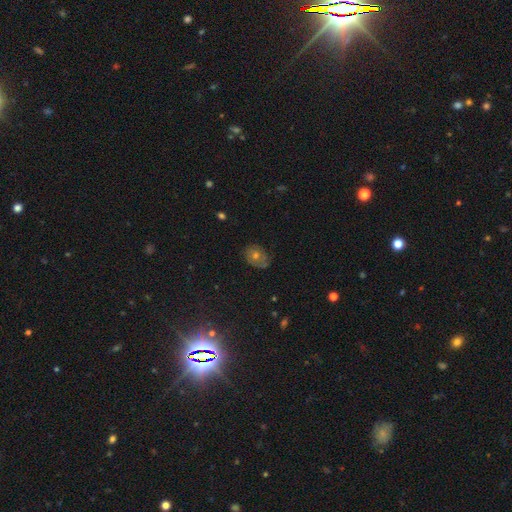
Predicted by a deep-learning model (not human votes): A smooth galaxy with no disk features (44%). Merging: none (73%).